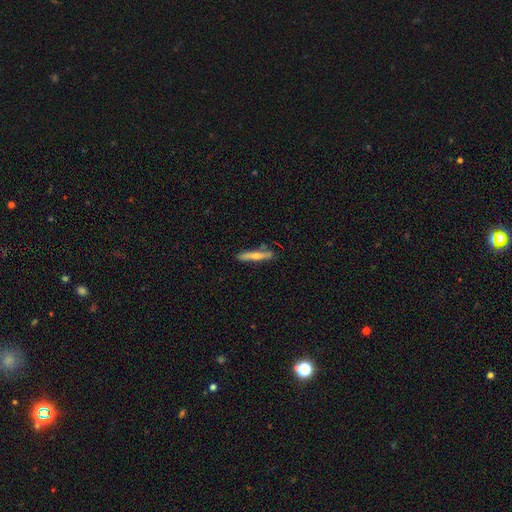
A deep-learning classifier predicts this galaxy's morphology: Smooth or featured: smooth — 52% (featured or disk — 42%)
How rounded: cigar-shaped — 91% (in between — 7%)
Merging: none — 76% (minor disturbance — 17%)